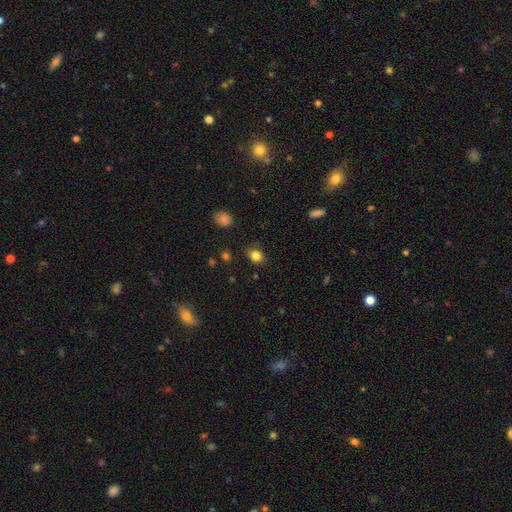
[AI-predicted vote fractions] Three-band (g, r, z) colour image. It shows a smooth galaxy with no disk features (83%) that is round (60%). Merging: none (85%).